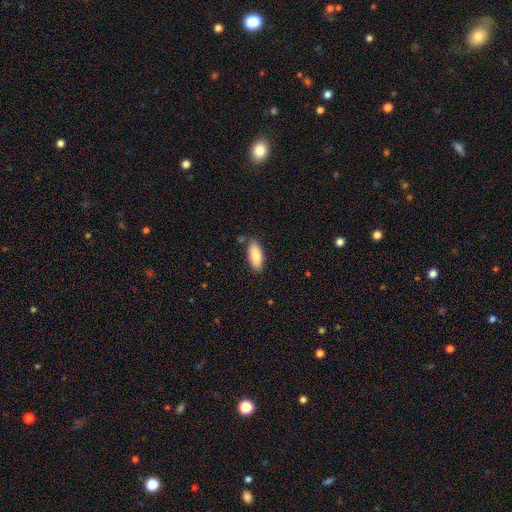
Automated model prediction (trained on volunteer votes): A smooth galaxy with no disk features (86%) that is in between round and cigar-shaped (80%). Merging: none (80%).